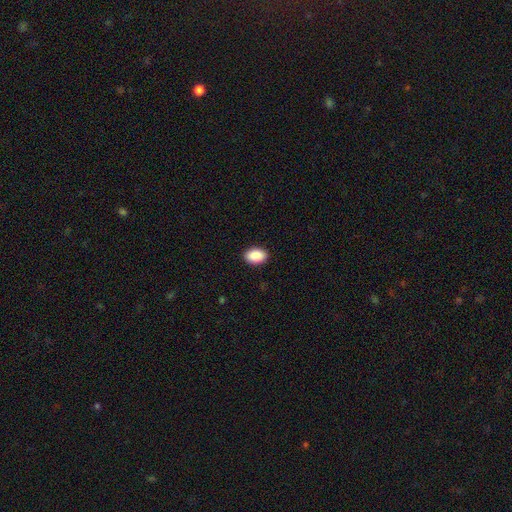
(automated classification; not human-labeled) smooth-or-featured: smooth: 91% | star or artifact: 7% | featured or disk: 3%
  how-rounded: in between: 89% | round: 9% | cigar-shaped: 1%
  merging: none: 90% | minor disturbance: 7% | major disturbance: 2% | merger: 1%